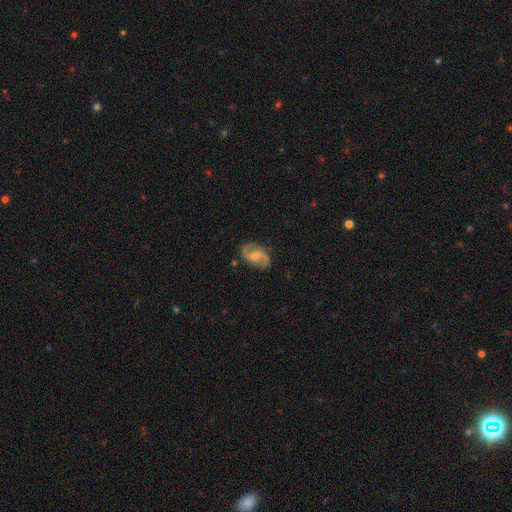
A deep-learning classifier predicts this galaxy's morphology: This is clearly a featured or disk galaxy (84%). It is clearly not viewed edge-on (98%). Bar: possibly weak (49%). Spiral arm pattern: clearly yes (96%). Spiral arm count: clearly 2 (93%). Spiral winding: possibly medium (45%). Central bulge: possibly small (48%). Merging: clearly none (82%).